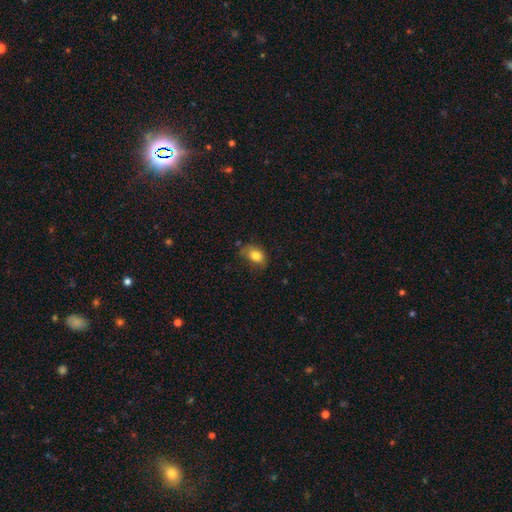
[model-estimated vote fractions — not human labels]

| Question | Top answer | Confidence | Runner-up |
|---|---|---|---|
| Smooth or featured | smooth | 81% | featured or disk (10%) |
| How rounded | in between | 81% | round (18%) |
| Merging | none | 63% | minor disturbance (27%) |